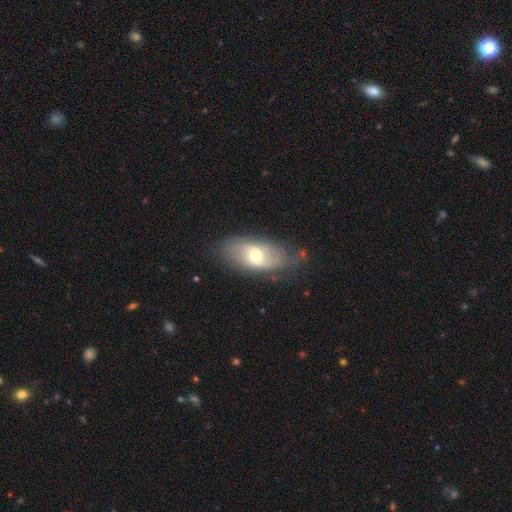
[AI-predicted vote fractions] Overall: featured or disk (58%; smooth 35%). Edge-on disk: no (90%). Bar: weak (44%; no 43%). Spiral arms: yes (73%). Bulge size: moderate (65%; small 27%). Merging: none (72%).